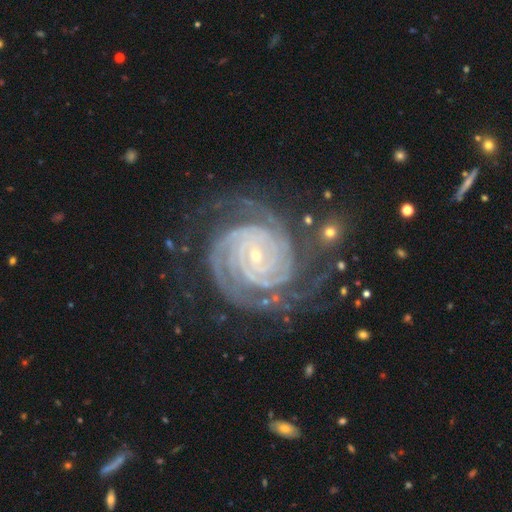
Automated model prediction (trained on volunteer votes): smooth_or_featured: featured or disk (p=0.92) [alt: star or artifact p=0.05]
disk_edge_on: no (p=0.98) [alt: yes p=0.02]
bar: no (p=0.60) [alt: weak p=0.24]
has_spiral_arms: yes (p=0.99) [alt: no p=0.01]
spiral_winding: tight (p=0.86) [alt: medium p=0.13]
spiral_arm_count: 2 (p=0.26) [alt: 3 p=0.23]
bulge_size: small (p=0.82) [alt: moderate p=0.14]
merging: none (p=0.72) [alt: minor disturbance p=0.17]